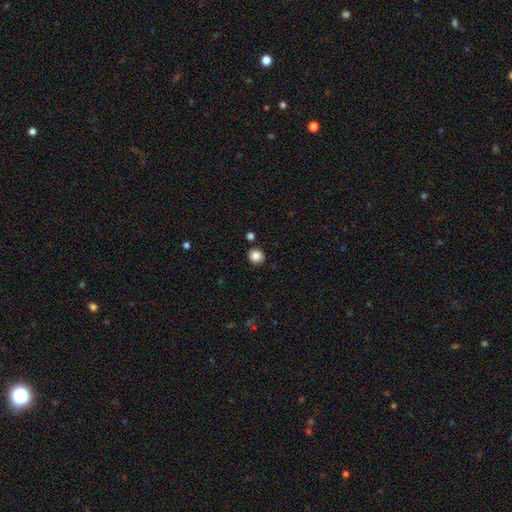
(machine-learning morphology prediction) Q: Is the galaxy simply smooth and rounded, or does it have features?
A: smooth — 85%.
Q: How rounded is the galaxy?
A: round — 84%.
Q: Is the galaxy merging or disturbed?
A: none — 88%.